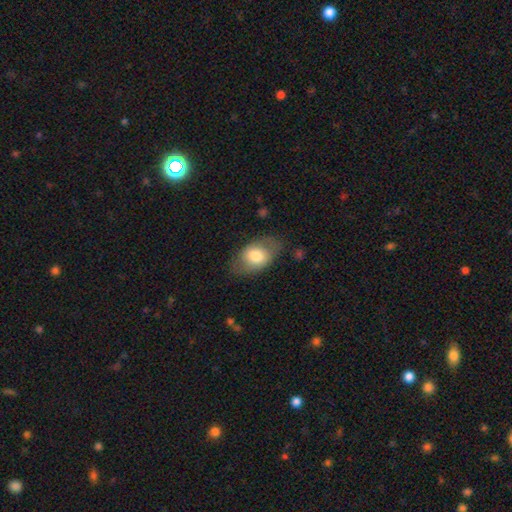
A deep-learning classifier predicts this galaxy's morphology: smooth-or-featured: smooth: 71% | featured or disk: 22% | star or artifact: 6%
  how-rounded: in between: 85% | round: 14% | cigar-shaped: 1%
  merging: none: 74% | minor disturbance: 18% | major disturbance: 7% | merger: 1%